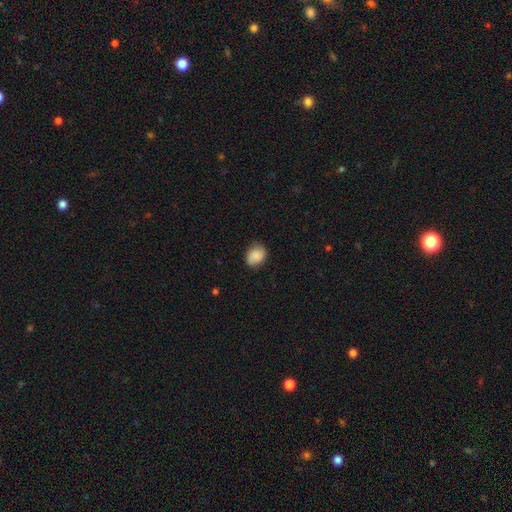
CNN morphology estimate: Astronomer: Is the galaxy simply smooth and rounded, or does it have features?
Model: smooth — 84%.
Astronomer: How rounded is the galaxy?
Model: round — 50%, tied with in between at 50%.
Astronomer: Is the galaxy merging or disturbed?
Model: none — 78%.